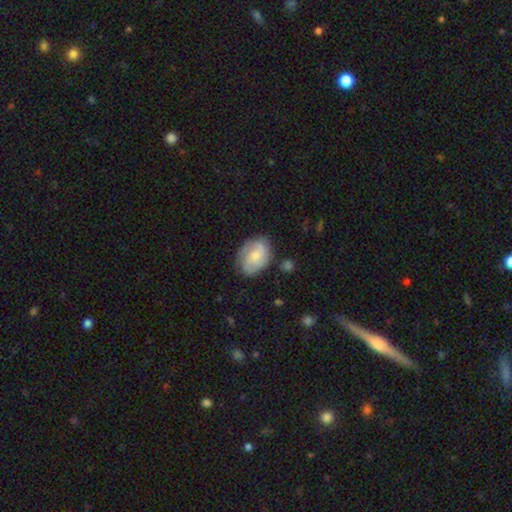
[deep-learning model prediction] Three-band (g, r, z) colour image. It shows a featured or disk galaxy (57%) with no bar (65%), spiral arms (89%) and a small central bulge (53%). Merging: none (72%).